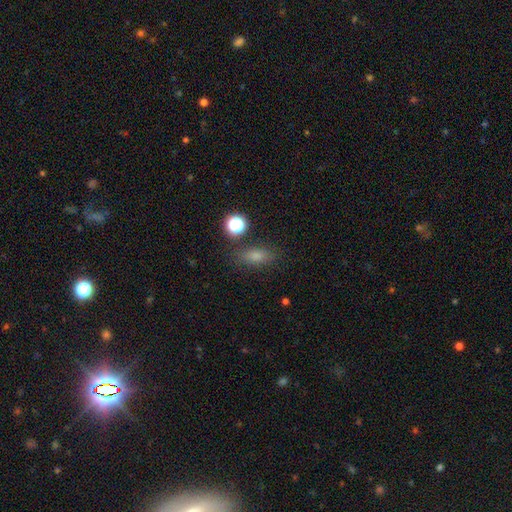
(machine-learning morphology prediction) Smooth or featured? smooth (69%)
How rounded? in between (67%)
Merging? none (80%)